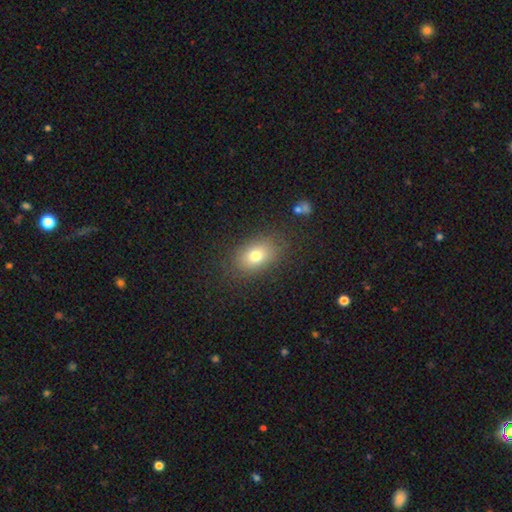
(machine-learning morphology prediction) Smooth or featured? smooth (77%)
How rounded? in between (79%)
Merging? none (84%)